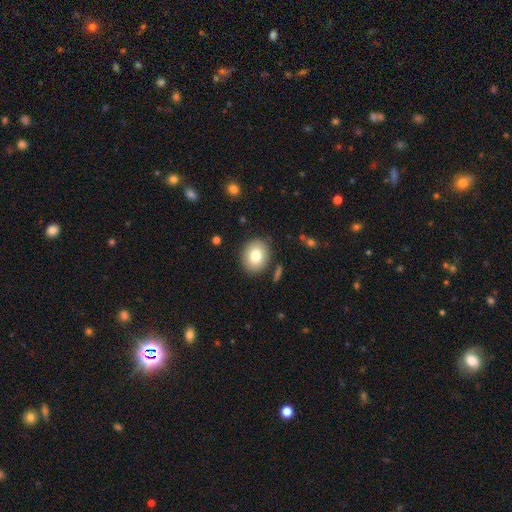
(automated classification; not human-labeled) Morphology: type=smooth (79%); roundness=round (53%); merging=none (86%).